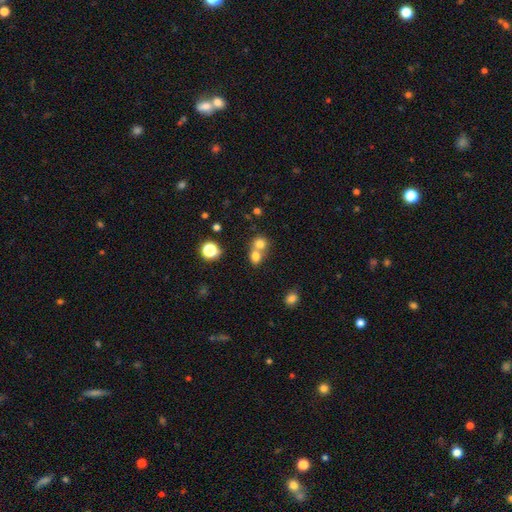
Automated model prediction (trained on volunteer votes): smooth_or_featured: smooth (p=0.75) [alt: star or artifact p=0.14]
how_rounded: round (p=0.69) [alt: in between p=0.29]
merging: merger (p=0.59) [alt: none p=0.33]